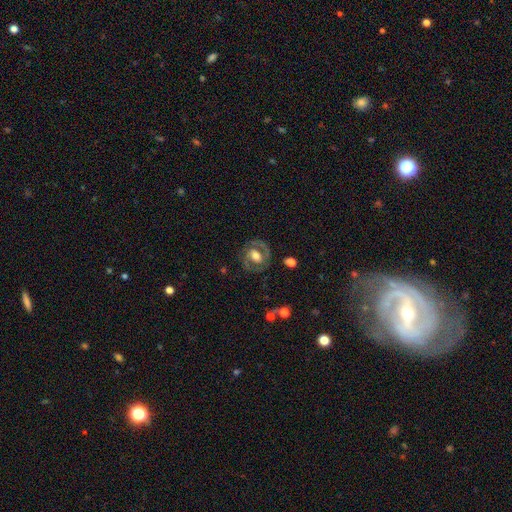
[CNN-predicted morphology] smooth_or_featured: featured or disk (p=0.67) [alt: smooth p=0.27]
disk_edge_on: no (p=0.96) [alt: yes p=0.04]
bar: no (p=0.48) [alt: weak p=0.35]
has_spiral_arms: yes (p=0.65) [alt: no p=0.35]
bulge_size: moderate (p=0.62) [alt: large p=0.24]
merging: none (p=0.75) [alt: minor disturbance p=0.14]